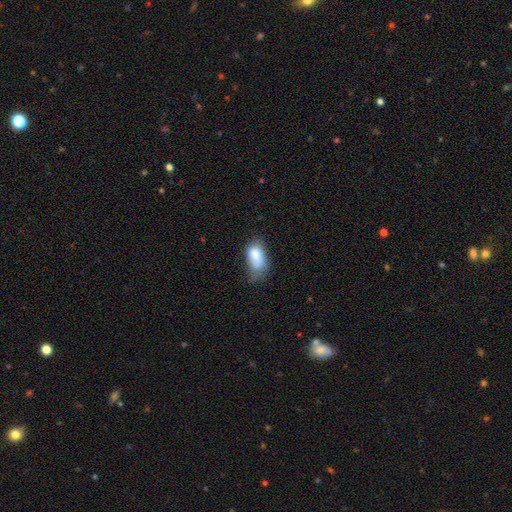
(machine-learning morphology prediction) A smooth galaxy with no disk features (79%) that is in between round and cigar-shaped (91%).

Vote fractions:
- Smooth or featured? smooth: 79% / featured or disk: 12% / star or artifact: 9%
- How rounded? in between: 91% / round: 5% / cigar-shaped: 4%
- Merging? minor disturbance: 39% / none: 31% / major disturbance: 23% / merger: 7%